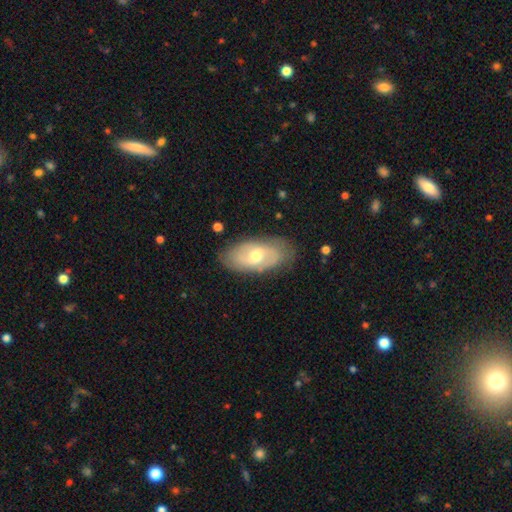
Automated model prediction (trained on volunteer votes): This is possibly a featured or disk galaxy (58%). It is clearly not viewed edge-on (88%). Bar: possibly no (47%). Spiral arm pattern: likely yes (60%). Central bulge: likely moderate (71%). Merging: clearly none (81%).